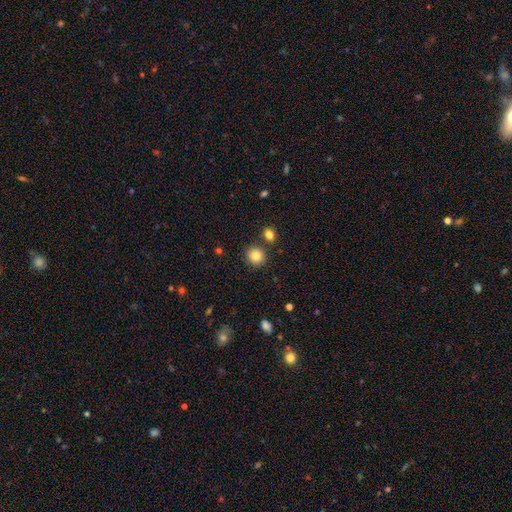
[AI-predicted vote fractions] A smooth galaxy with no disk features (85%) that is round (89%). Merging: none (82%).